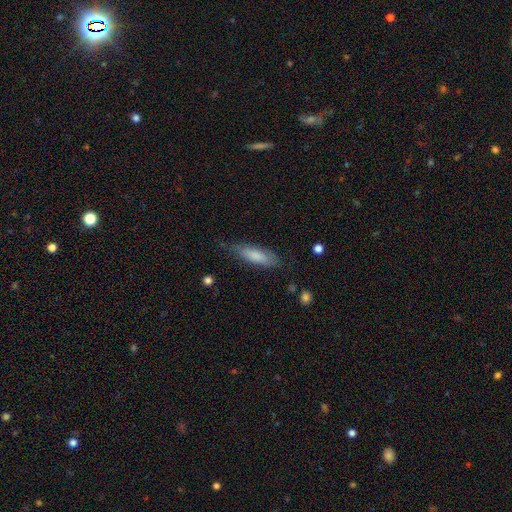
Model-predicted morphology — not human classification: Smooth or featured: smooth — 81% (featured or disk — 13%)
How rounded: cigar-shaped — 52% (in between — 46%)
Merging: none — 74% (minor disturbance — 20%)